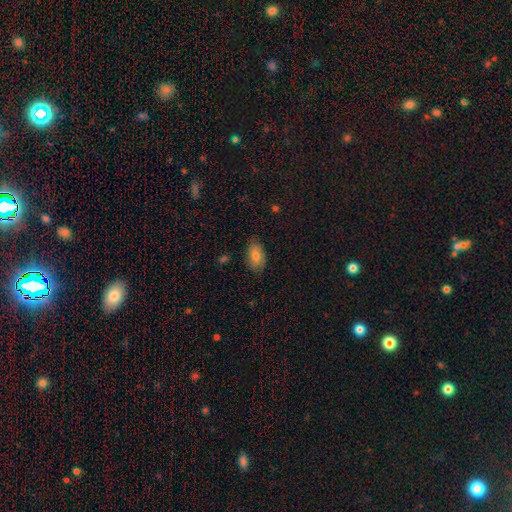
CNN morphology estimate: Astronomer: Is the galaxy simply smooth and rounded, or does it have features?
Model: smooth — 72%.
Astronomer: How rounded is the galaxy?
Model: in between — 92%.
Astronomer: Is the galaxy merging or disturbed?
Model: none — 79%.